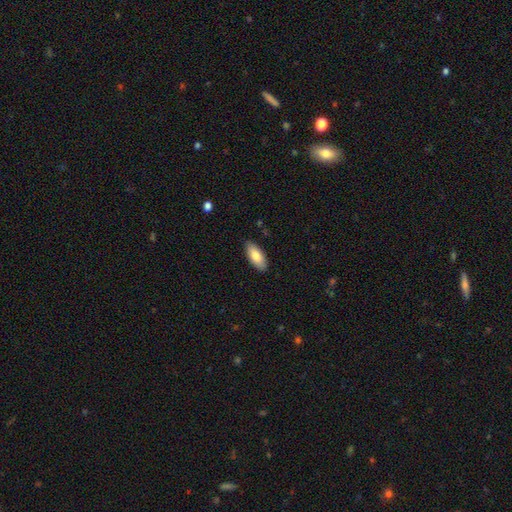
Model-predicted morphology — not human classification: smooth 83%, featured or disk 12%, star or artifact 6%. Down the decision tree: how rounded — in between (85%); merging — none (88%).